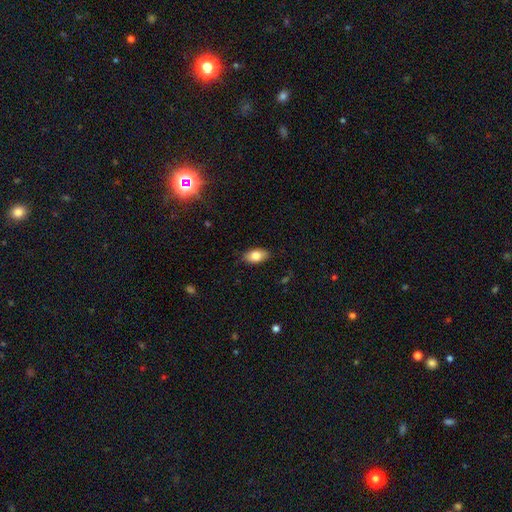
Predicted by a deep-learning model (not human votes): Morphology: type=smooth (82%); roundness=in between (92%); merging=none (86%).